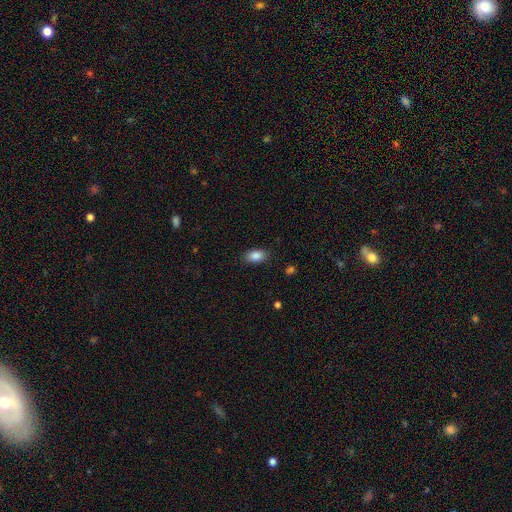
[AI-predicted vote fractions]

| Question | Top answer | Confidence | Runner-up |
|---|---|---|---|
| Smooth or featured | smooth | 87% | star or artifact (8%) |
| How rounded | in between | 91% | round (6%) |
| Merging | none | 86% | minor disturbance (10%) |